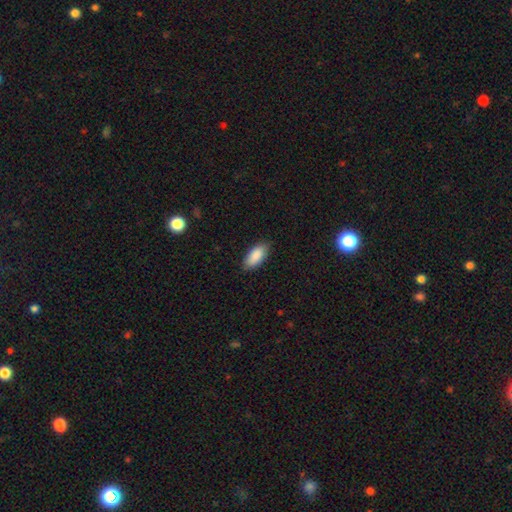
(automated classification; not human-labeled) This is clearly a smooth galaxy (89%). How rounded: clearly in between (91%). Merging: clearly none (85%).